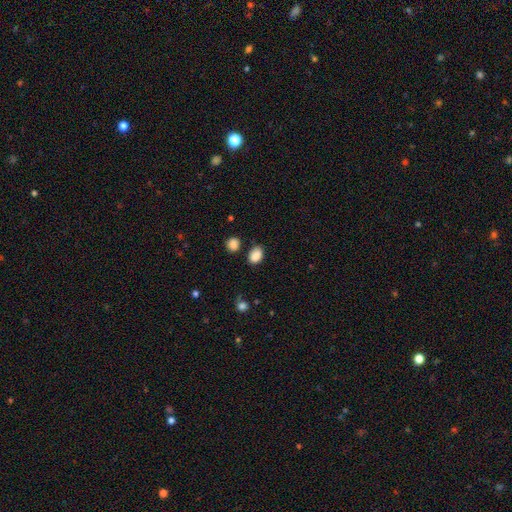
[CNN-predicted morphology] This appears to be a smooth galaxy with no disk features (87%) that is in between round and cigar-shaped (76%). Merging: none (75%).